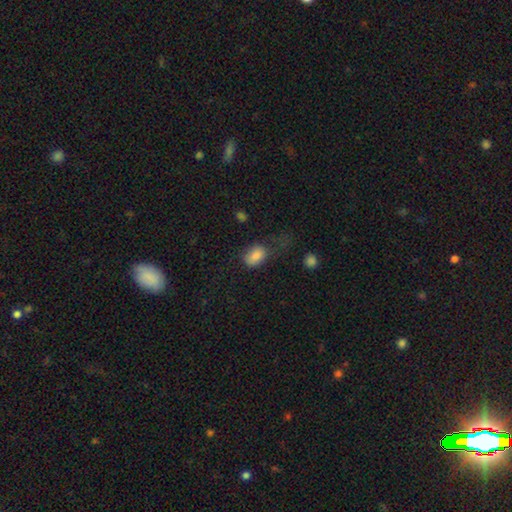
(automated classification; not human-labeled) Smooth or featured?
  - smooth: 83% *
  - star or artifact: 9%
  - featured or disk: 8%
How rounded?
  - in between: 81% *
  - round: 17%
  - cigar-shaped: 2%
Merging?
  - none: 45% *
  - minor disturbance: 27%
  - major disturbance: 23%
  - merger: 5%